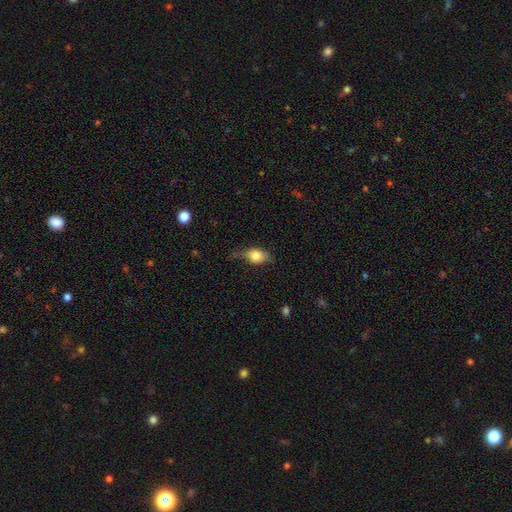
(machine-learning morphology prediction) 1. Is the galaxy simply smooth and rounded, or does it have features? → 75% smooth, 17% featured or disk, 8% star or artifact.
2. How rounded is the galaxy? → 76% in between, 20% round, 4% cigar-shaped.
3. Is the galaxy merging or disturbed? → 50% none, 35% minor disturbance, 13% major disturbance, 2% merger.